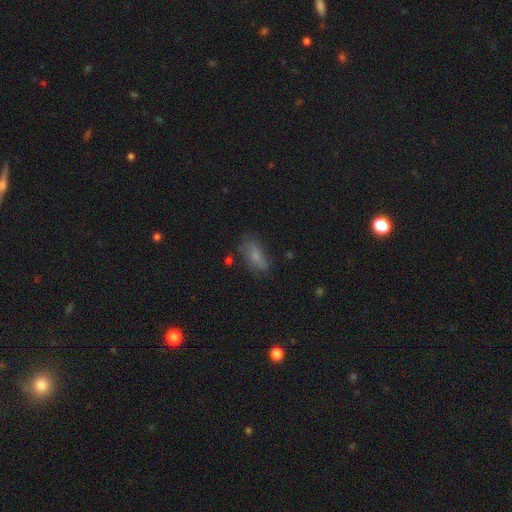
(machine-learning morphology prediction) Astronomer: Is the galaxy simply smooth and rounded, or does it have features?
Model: smooth — 61%.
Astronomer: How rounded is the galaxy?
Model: in between — 79%.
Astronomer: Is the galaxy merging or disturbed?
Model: none — 64%.